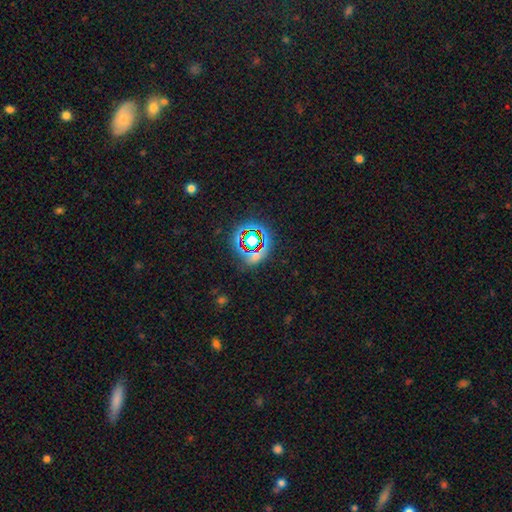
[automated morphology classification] type=star or artifact (67%).